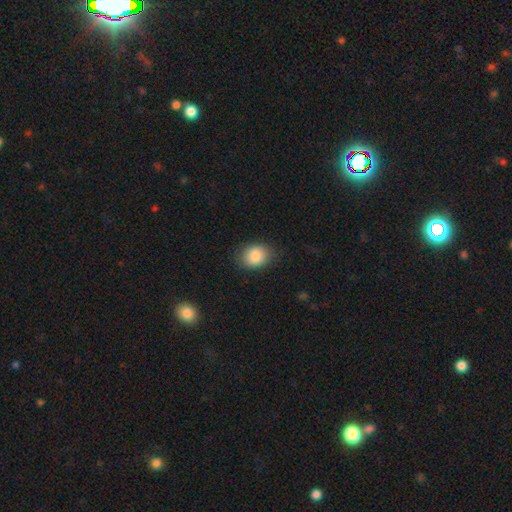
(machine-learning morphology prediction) This is clearly a smooth galaxy (86%). How rounded: likely in between (60%). Merging: clearly none (81%).